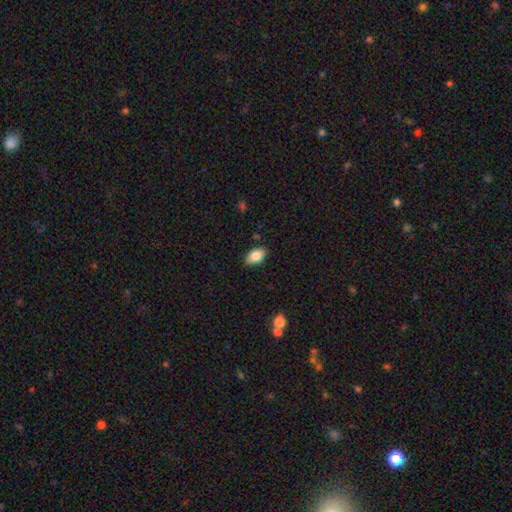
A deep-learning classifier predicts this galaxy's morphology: Smooth or featured?
  - smooth: 85% *
  - star or artifact: 7%
  - featured or disk: 7%
How rounded?
  - in between: 91% *
  - round: 7%
  - cigar-shaped: 2%
Merging?
  - none: 85% *
  - minor disturbance: 11%
  - major disturbance: 2%
  - merger: 1%